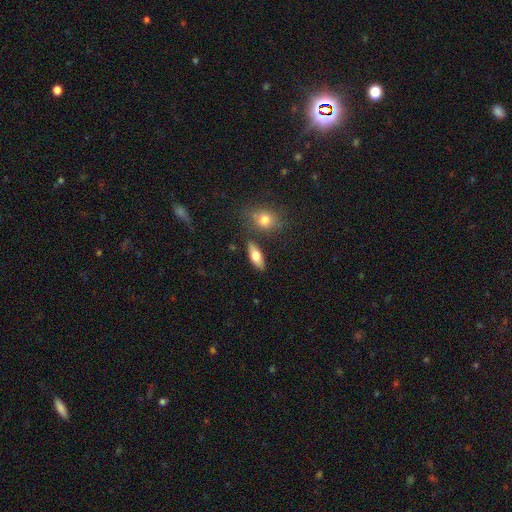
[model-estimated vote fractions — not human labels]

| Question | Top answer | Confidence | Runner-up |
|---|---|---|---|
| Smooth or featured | smooth | 69% | featured or disk (24%) |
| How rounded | in between | 74% | cigar-shaped (22%) |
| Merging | none | 81% | minor disturbance (10%) |